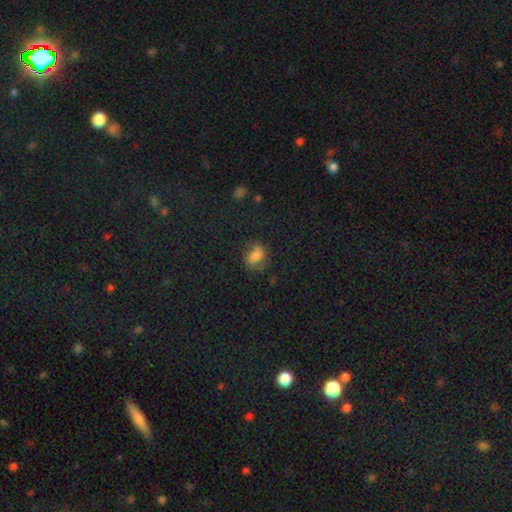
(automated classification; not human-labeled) This appears to be a smooth galaxy with no disk features (63%) that is in between round and cigar-shaped (69%). Merging: none (56%).